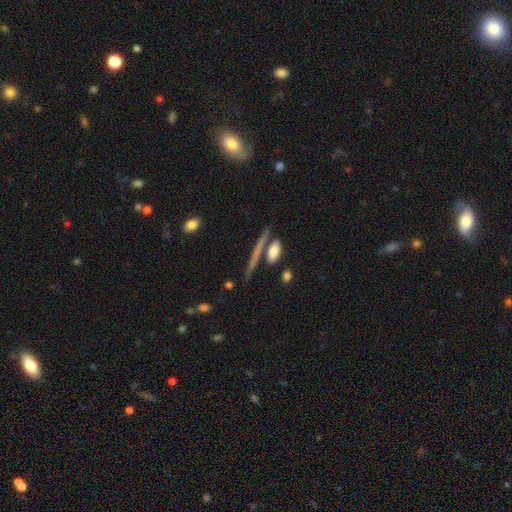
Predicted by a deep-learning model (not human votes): Q: Smooth or featured?
A: featured or disk (47%); runner-up: smooth (39%)
Q: Merging?
A: none (70%); runner-up: merger (14%)